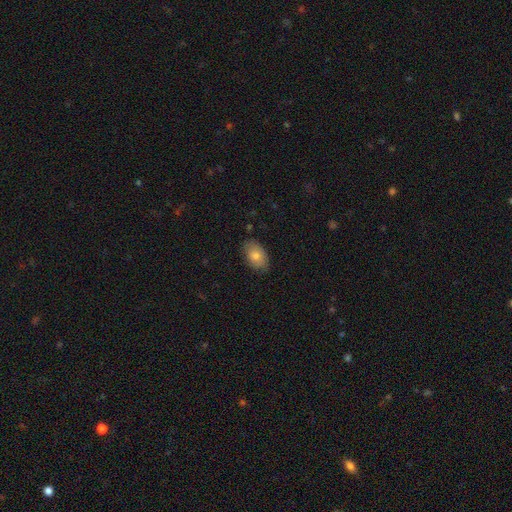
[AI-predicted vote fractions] Morphology: type=smooth (78%); roundness=in between (89%); merging=none (81%).